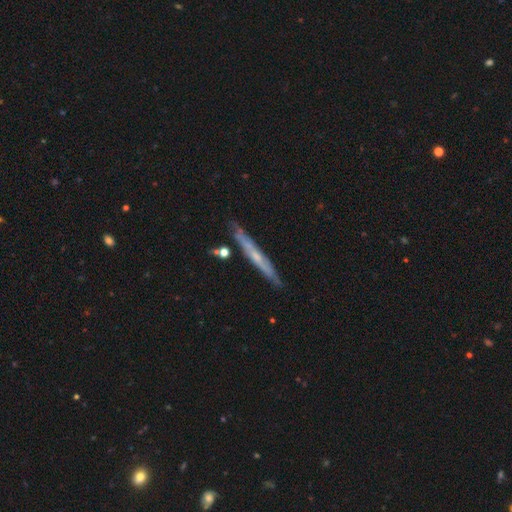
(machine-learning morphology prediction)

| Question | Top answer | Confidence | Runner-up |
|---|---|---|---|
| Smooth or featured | featured or disk | 61% | smooth (33%) |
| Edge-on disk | yes | 91% | no (9%) |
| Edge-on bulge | none | 59% | rounded (37%) |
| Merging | none | 84% | minor disturbance (11%) |